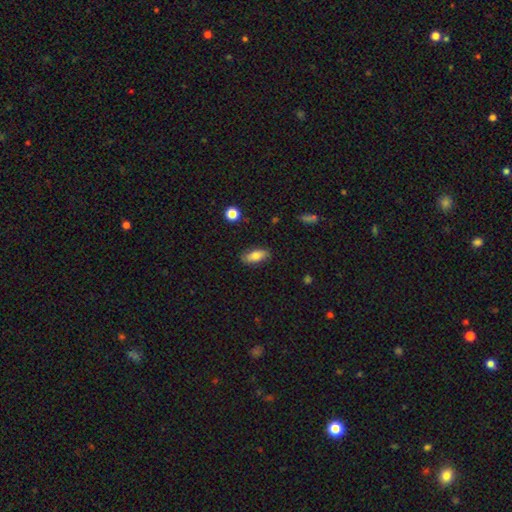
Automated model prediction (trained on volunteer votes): Smooth or featured: smooth — 76% (featured or disk — 17%)
How rounded: in between — 82% (cigar-shaped — 15%)
Merging: none — 83% (minor disturbance — 13%)